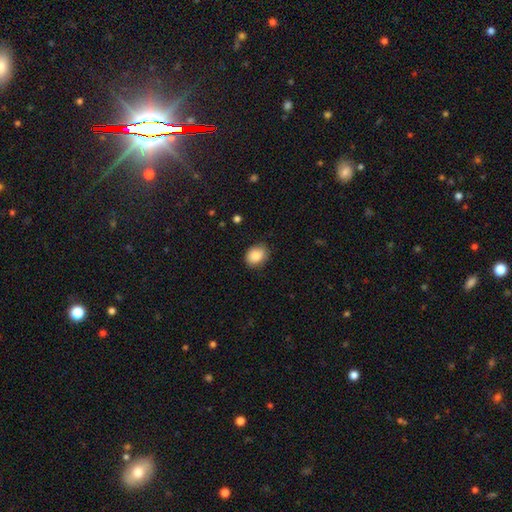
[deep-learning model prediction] A smooth galaxy with no disk features (86%) that is in between round and cigar-shaped (51%). Merging: none (81%).